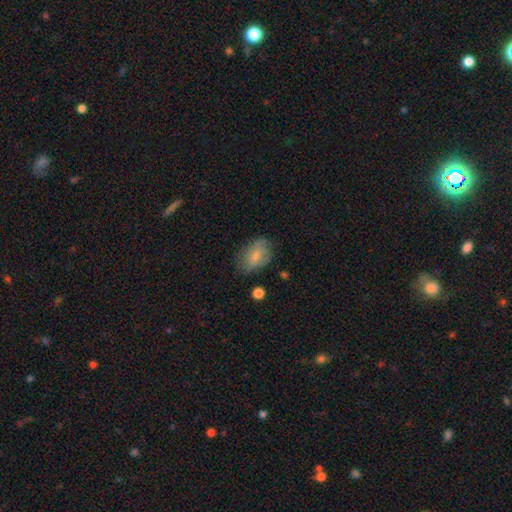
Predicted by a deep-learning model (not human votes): Smooth or featured: smooth — 66% (featured or disk — 26%)
How rounded: in between — 82% (round — 16%)
Merging: none — 61% (minor disturbance — 27%)